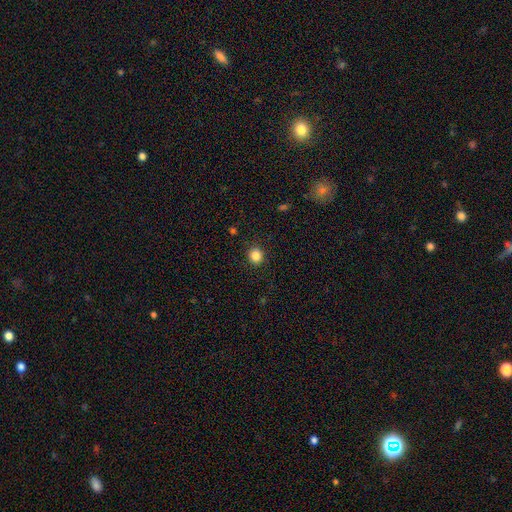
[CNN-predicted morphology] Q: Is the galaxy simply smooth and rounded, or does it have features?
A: smooth — 85%.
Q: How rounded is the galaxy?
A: round — 89%.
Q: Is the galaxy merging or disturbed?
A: none — 91%.